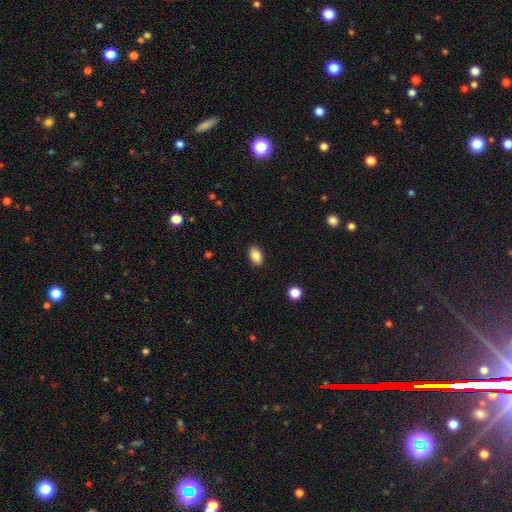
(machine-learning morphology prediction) Smooth or featured? Predicted: smooth (p=0.86). How rounded? Predicted: in between (p=0.91). Merging? Predicted: none (p=0.89).